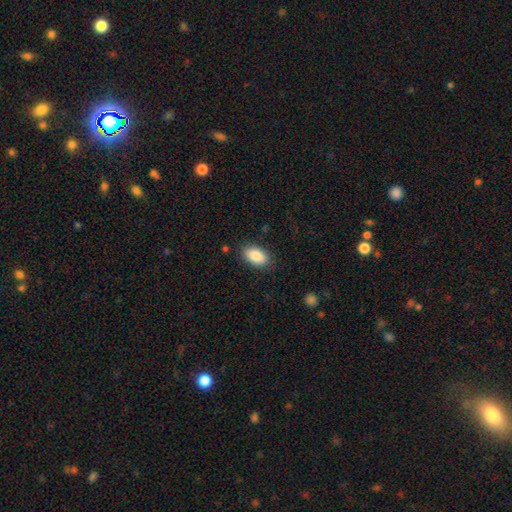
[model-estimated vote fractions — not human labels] Morphology: type=smooth (88%); roundness=in between (93%); merging=none (86%).